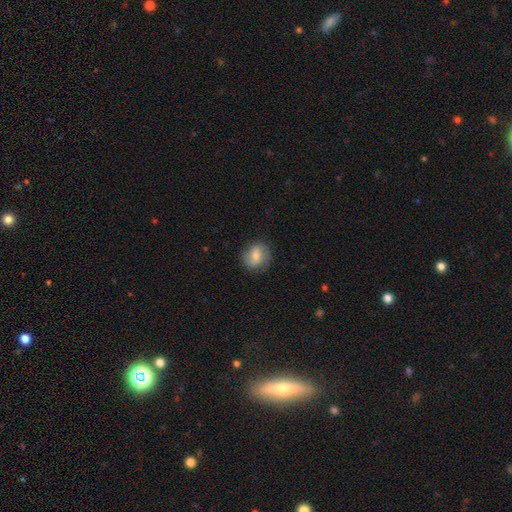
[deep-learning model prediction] A smooth galaxy with no disk features (60%) that is round (72%). Merging: none (81%).